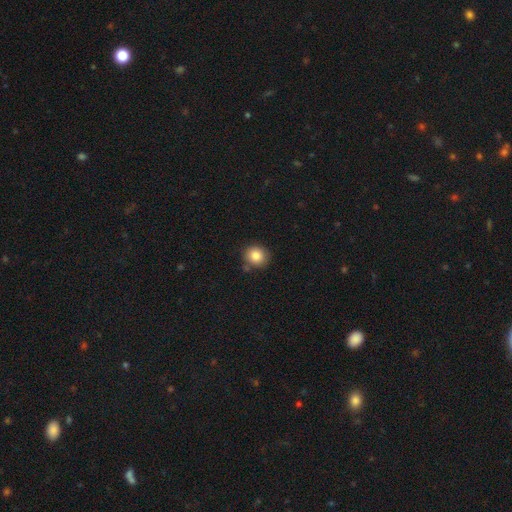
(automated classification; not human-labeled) Smooth or featured?
  - smooth: 85% *
  - star or artifact: 9%
  - featured or disk: 6%
How rounded?
  - round: 84% *
  - in between: 15%
  - cigar-shaped: 1%
Merging?
  - none: 79% *
  - minor disturbance: 12%
  - merger: 6%
  - major disturbance: 3%